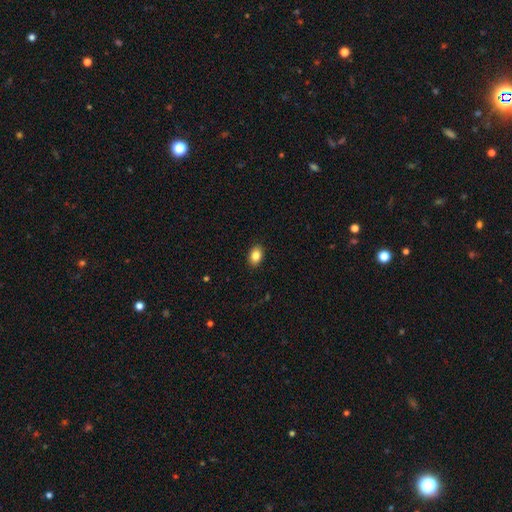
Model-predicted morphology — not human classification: smooth-or-featured: smooth: 85% | star or artifact: 9% | featured or disk: 7%
  how-rounded: in between: 80% | round: 19% | cigar-shaped: 1%
  merging: none: 90% | minor disturbance: 7% | major disturbance: 2% | merger: 1%